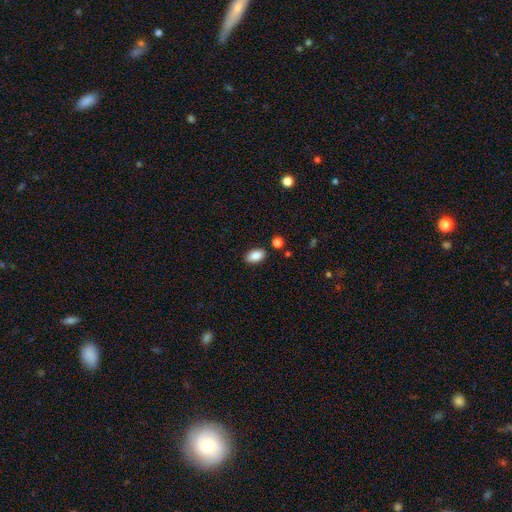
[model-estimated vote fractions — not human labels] A smooth galaxy with no disk features (86%) that is in between round and cigar-shaped (92%). Merging: none (85%).